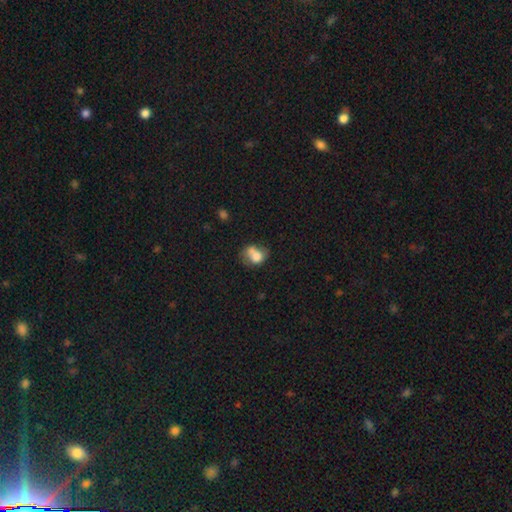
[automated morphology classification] smooth 70%, featured or disk 20%, star or artifact 10%. Down the decision tree: how rounded — in between (50%); merging — merger (45%).